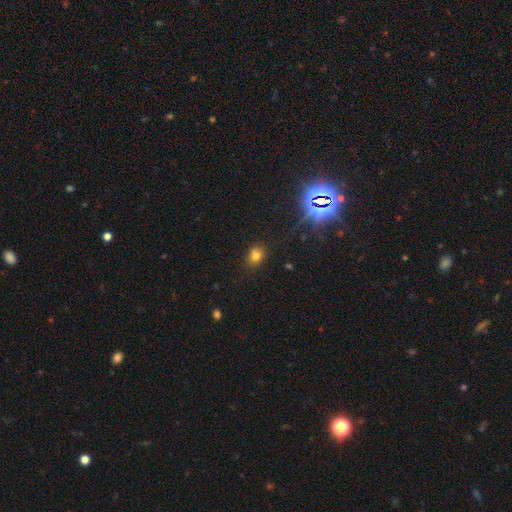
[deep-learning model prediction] Overall: smooth (71%). How rounded: in between (52%; round 47%). Merging: none (83%).